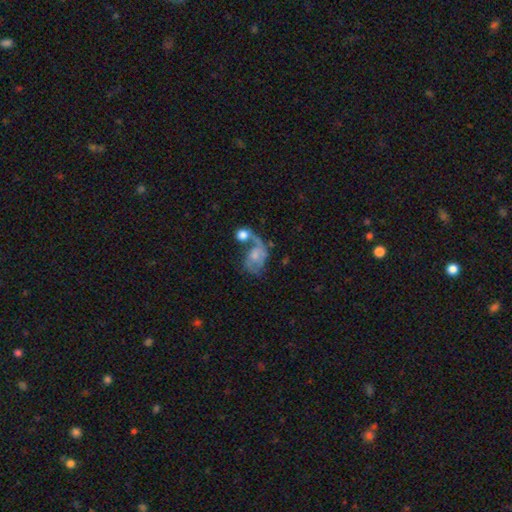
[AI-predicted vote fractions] Overall: featured or disk (62%; smooth 30%). Edge-on disk: no (97%). Bar: no (69%). Spiral arms: yes (75%). Bulge size: small (35%; moderate 33%). Merging: merger (36%; major disturbance 28%).